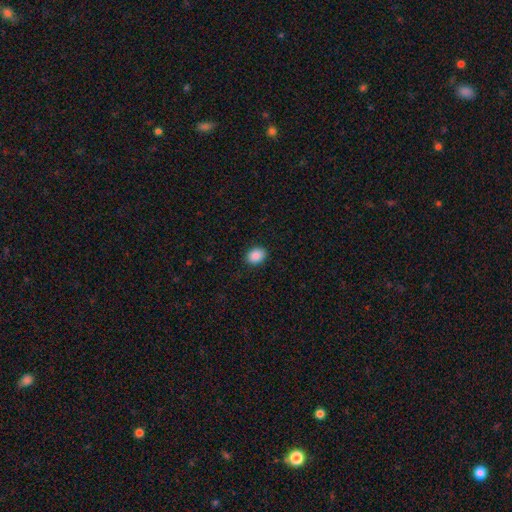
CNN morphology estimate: smooth 89%, star or artifact 8%, featured or disk 3%. Down the decision tree: how rounded — in between (62%); merging — none (90%).